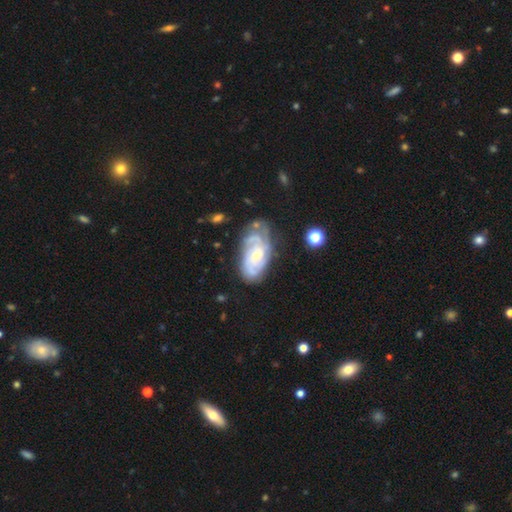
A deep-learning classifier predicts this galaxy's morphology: Smooth or featured? Predicted: featured or disk (p=0.84). Edge-on disk? Predicted: no (p=0.96). Bar? Predicted: no (p=0.69). Spiral arms? Predicted: yes (p=0.96). Spiral winding? Predicted: tight (p=0.65). Spiral arm count? Predicted: 3 (p=0.29). Bulge size? Predicted: small (p=0.60). Merging? Predicted: none (p=0.62).